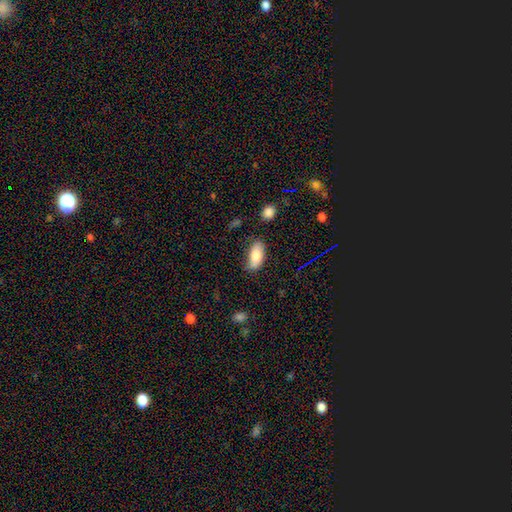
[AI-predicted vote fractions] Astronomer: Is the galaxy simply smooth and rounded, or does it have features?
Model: smooth — 81%.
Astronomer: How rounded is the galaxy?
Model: in between — 89%.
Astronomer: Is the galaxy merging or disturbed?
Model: none — 70%.